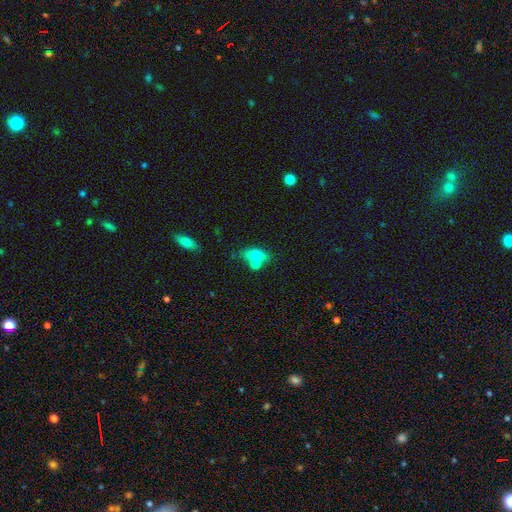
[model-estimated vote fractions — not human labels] Smooth or featured? smooth (71%)
How rounded? in between (78%)
Merging? none (42%)